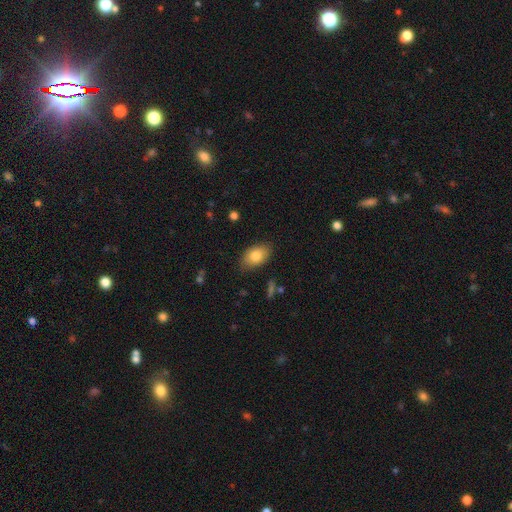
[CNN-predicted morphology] smooth-or-featured: smooth: 81% | featured or disk: 12% | star or artifact: 7%
  how-rounded: in between: 90% | round: 9% | cigar-shaped: 2%
  merging: none: 83% | minor disturbance: 13% | major disturbance: 3% | merger: 1%